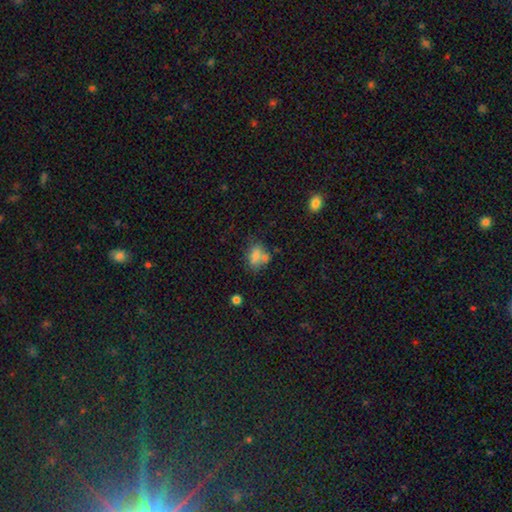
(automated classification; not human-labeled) Smooth or featured? smooth (70%)
How rounded? in between (72%)
Merging? none (41%)